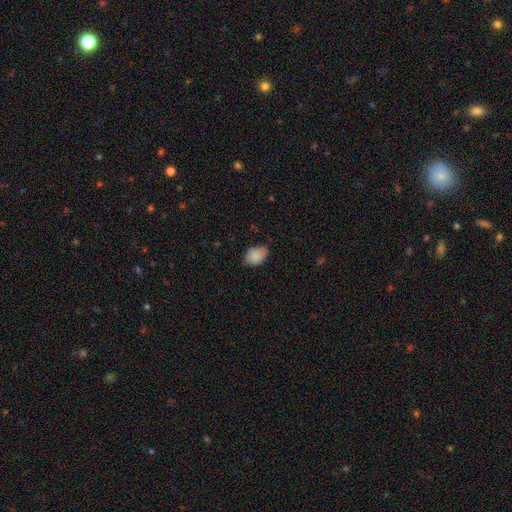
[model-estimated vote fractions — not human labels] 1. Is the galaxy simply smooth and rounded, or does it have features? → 87% smooth, 8% star or artifact, 5% featured or disk.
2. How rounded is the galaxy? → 77% in between, 22% round, 1% cigar-shaped.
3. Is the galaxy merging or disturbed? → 63% none, 31% minor disturbance, 5% major disturbance, 1% merger.